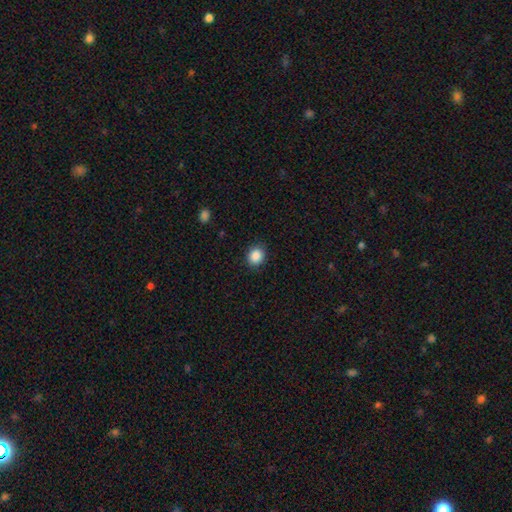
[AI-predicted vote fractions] A smooth galaxy with no disk features (88%) that is round (78%). Merging: none (89%).